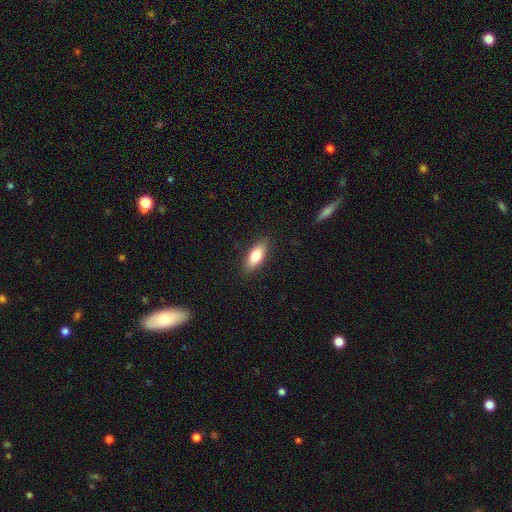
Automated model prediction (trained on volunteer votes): A smooth galaxy with no disk features (77%) that is in between round and cigar-shaped (78%).

Vote fractions:
- Smooth or featured? smooth: 77% / featured or disk: 16% / star or artifact: 7%
- How rounded? in between: 78% / cigar-shaped: 18% / round: 3%
- Merging? none: 87% / minor disturbance: 10% / major disturbance: 2% / merger: 1%